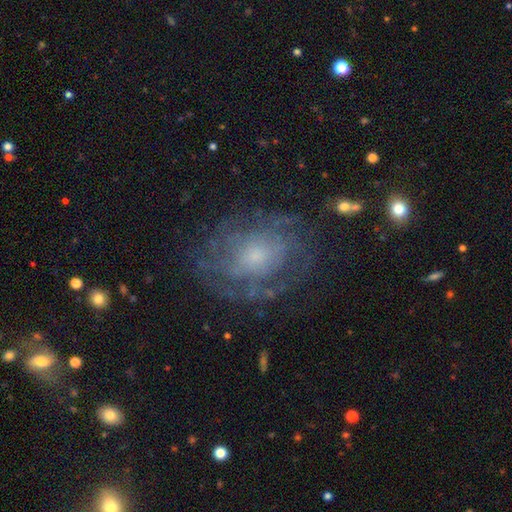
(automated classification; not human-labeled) This is likely a featured or disk galaxy (71%). It is clearly not viewed edge-on (97%). Bar: likely no (79%). Spiral arm pattern: likely yes (76%). Spiral arm count: possibly can't tell (59%). Spiral winding: possibly tight (56%). Central bulge: possibly small (54%). Merging: likely none (71%).